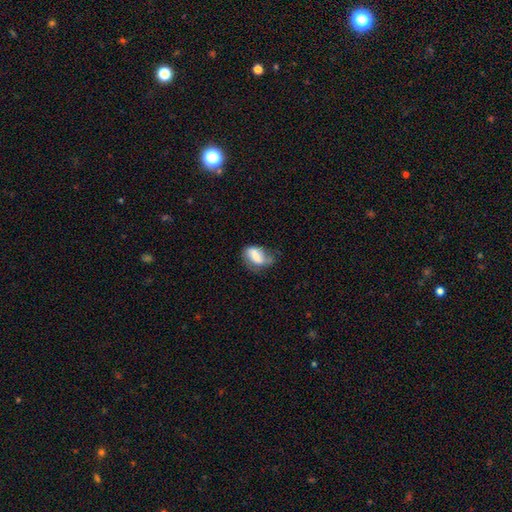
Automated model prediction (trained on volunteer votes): Smooth or featured? smooth (56%)
How rounded? in between (85%)
Merging? none (40%)